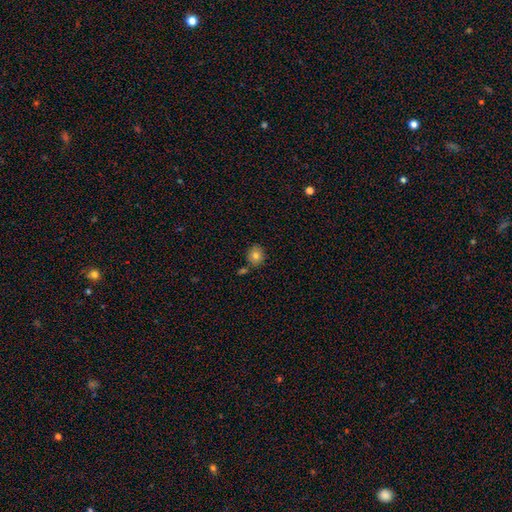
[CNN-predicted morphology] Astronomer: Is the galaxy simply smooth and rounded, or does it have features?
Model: smooth — 79%.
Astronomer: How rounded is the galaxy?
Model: round — 85%.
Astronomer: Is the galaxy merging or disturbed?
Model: none — 77%.